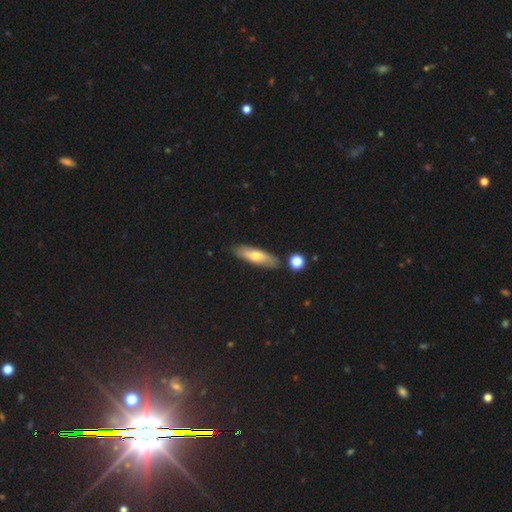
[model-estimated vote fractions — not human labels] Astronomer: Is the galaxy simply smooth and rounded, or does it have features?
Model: smooth — 59%.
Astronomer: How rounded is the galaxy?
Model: cigar-shaped — 57% (runner-up: in between, 41%).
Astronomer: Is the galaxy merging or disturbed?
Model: none — 83%.